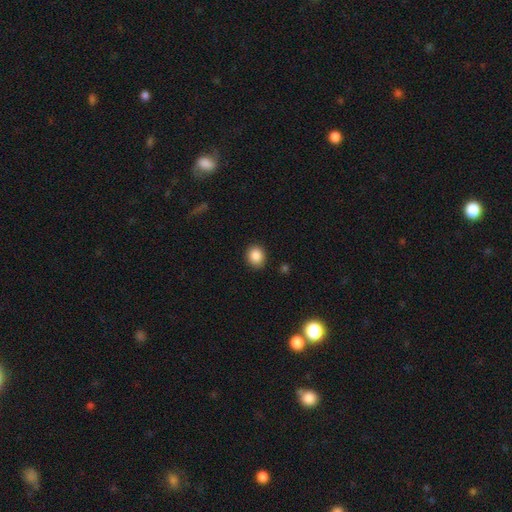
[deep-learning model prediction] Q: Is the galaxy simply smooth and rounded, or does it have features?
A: smooth — 87%.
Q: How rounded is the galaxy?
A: round — 69%.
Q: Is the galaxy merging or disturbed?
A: none — 89%.